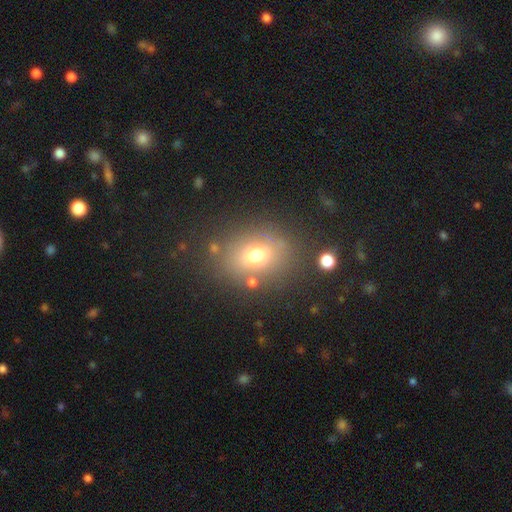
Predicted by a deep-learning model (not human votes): Overall: smooth (67%). How rounded: in between (55%; round 44%). Merging: none (77%).